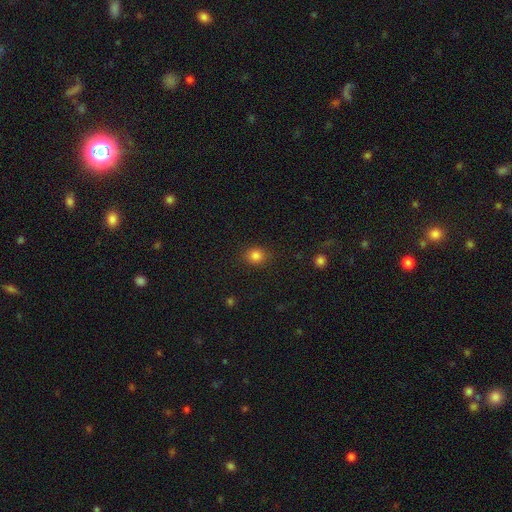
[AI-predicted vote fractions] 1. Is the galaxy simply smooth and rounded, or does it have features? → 84% smooth, 12% star or artifact, 4% featured or disk.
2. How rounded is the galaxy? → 76% round, 23% in between, 1% cigar-shaped.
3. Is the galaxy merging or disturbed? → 88% none, 8% minor disturbance, 3% major disturbance, 1% merger.